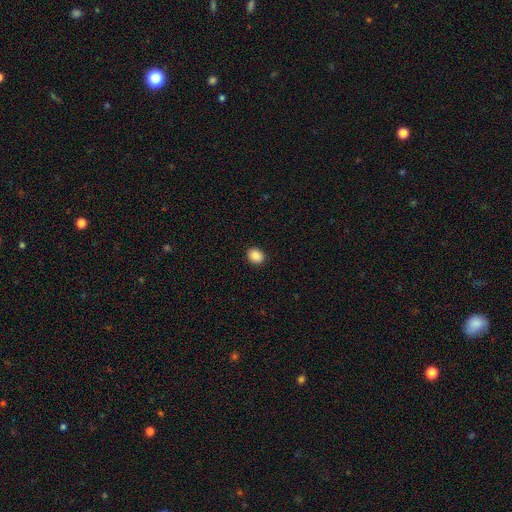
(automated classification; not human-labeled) The model was most divided on "how rounded": round: 62%, in between: 37%, cigar-shaped: 1%. More confident: merging — none (91%); smooth or featured — smooth (88%).